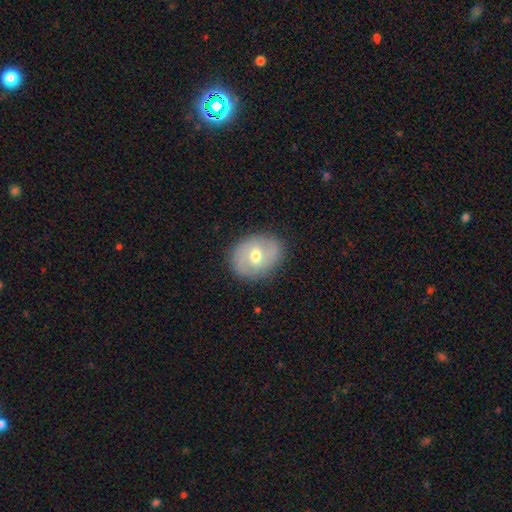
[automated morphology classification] type=featured or disk (58%); edge-on=no (95%); bar=weak (47%); spiral arms=yes (69%); bulge=moderate (74%); merging=none (83%).